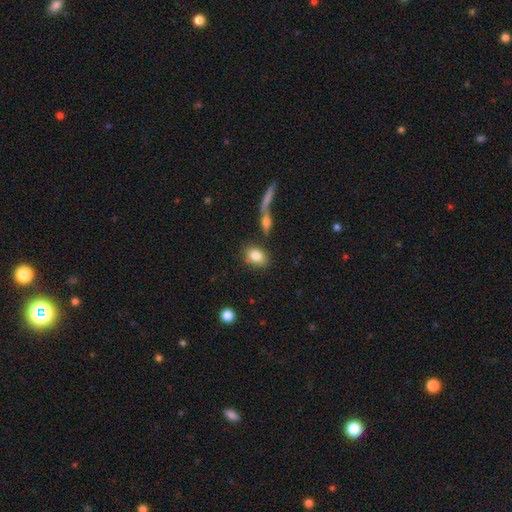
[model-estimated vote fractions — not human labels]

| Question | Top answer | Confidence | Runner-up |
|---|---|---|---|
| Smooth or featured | smooth | 83% | featured or disk (9%) |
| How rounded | in between | 77% | round (21%) |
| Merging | none | 74% | minor disturbance (12%) |